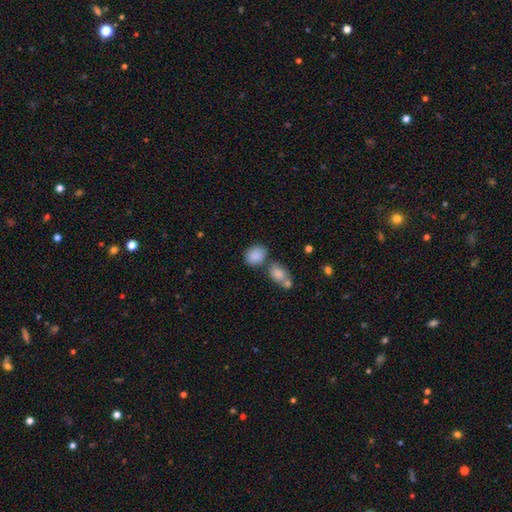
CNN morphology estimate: Smooth or featured? smooth (86%)
How rounded? in between (56%)
Merging? none (55%)